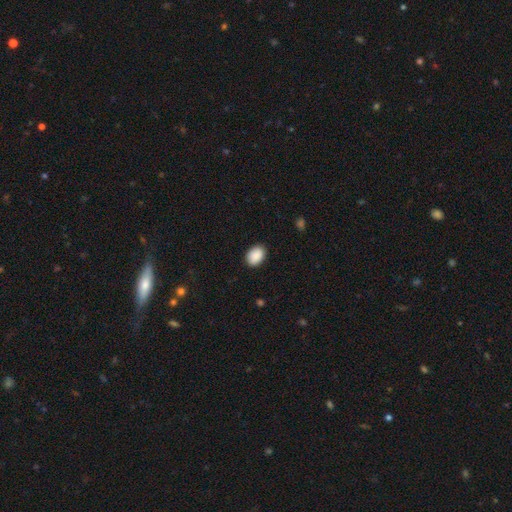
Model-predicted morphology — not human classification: The model was most divided on "how rounded": in between: 81%, round: 18%, cigar-shaped: 1%. More confident: smooth or featured — smooth (91%); merging — none (89%).